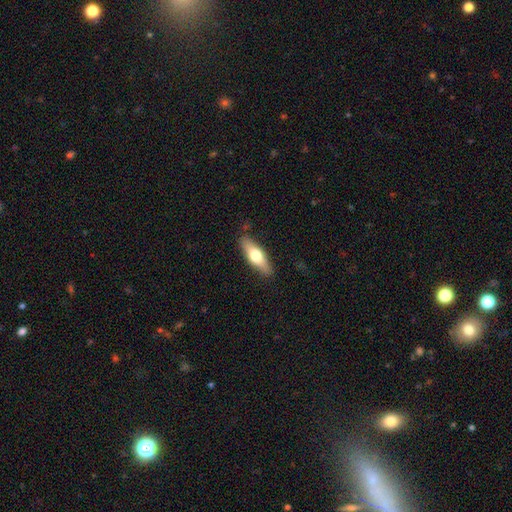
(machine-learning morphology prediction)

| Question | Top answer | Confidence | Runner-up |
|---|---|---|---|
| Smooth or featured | smooth | 58% | featured or disk (37%) |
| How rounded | in between | 52% | cigar-shaped (46%) |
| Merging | none | 85% | minor disturbance (11%) |